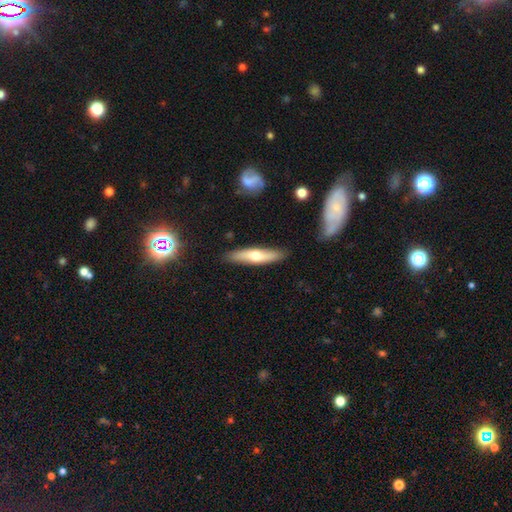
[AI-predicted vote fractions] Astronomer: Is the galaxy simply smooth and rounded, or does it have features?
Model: smooth — 56% (runner-up: featured or disk, 38%).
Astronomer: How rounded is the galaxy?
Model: cigar-shaped — 78%.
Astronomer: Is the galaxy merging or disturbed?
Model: none — 87%.